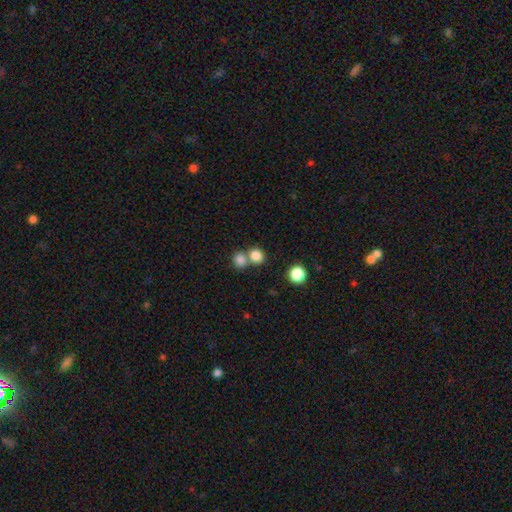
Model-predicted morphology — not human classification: A smooth galaxy with no disk features (82%) that is round (82%).

Vote fractions:
- Smooth or featured? smooth: 82% / star or artifact: 12% / featured or disk: 6%
- How rounded? round: 82% / in between: 17% / cigar-shaped: 1%
- Merging? none: 52% / merger: 39% / minor disturbance: 6% / major disturbance: 3%